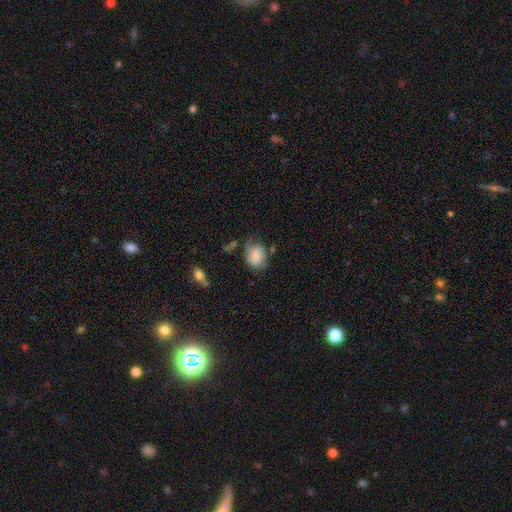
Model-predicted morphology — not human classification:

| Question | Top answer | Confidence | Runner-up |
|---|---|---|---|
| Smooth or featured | smooth | 65% | featured or disk (27%) |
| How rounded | in between | 56% | round (42%) |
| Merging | none | 44% | minor disturbance (32%) |